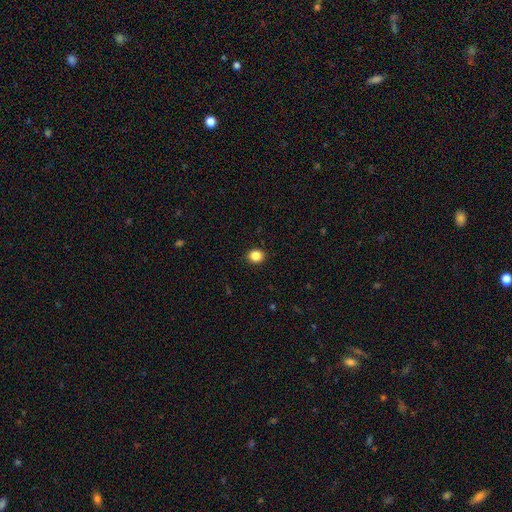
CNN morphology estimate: Smooth or featured: smooth — 86% (star or artifact — 11%)
How rounded: round — 75% (in between — 24%)
Merging: none — 92% (minor disturbance — 6%)